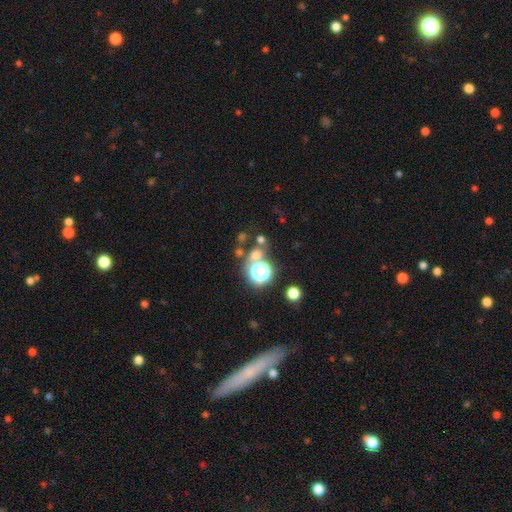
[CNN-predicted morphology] The model was most divided on "smooth or featured": smooth: 56%, star or artifact: 34%, featured or disk: 10%. More confident: how rounded — round (82%); merging — none (62%).